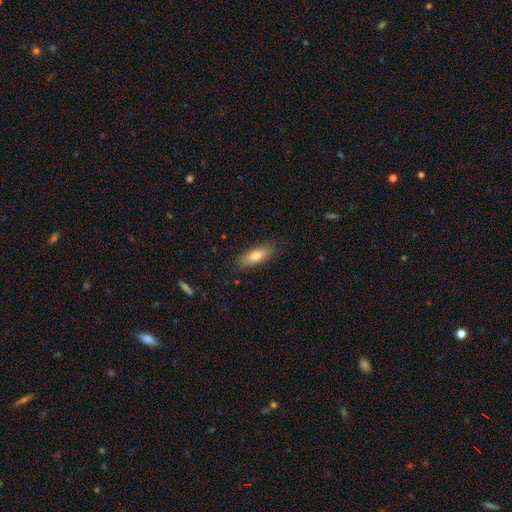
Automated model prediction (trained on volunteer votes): Smooth or featured? smooth (74%)
How rounded? in between (58%)
Merging? none (86%)